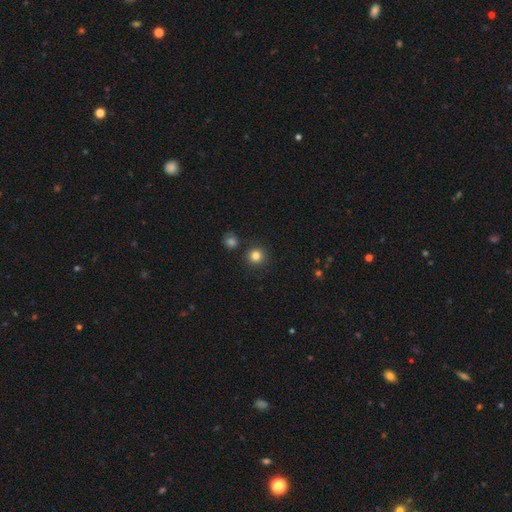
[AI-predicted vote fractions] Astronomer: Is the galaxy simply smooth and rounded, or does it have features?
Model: smooth — 83%.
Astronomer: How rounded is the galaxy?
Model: round — 94%.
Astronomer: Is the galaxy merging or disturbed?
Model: none — 87%.